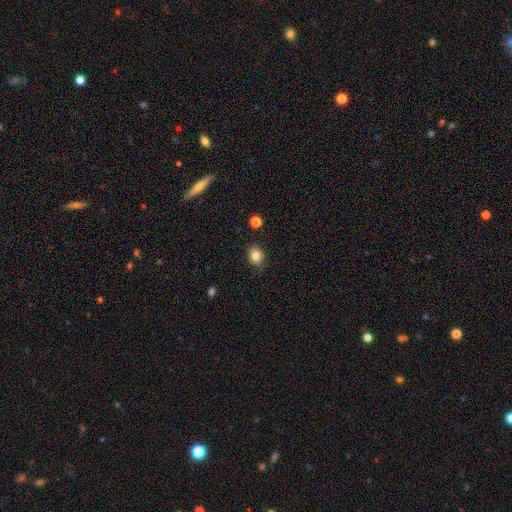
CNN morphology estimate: type=smooth (83%); roundness=round (61%); merging=none (85%).